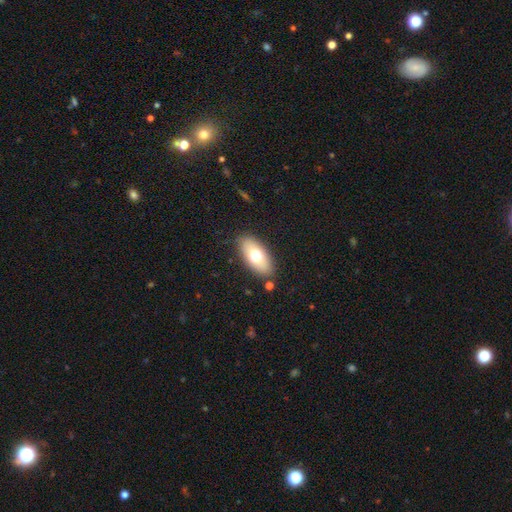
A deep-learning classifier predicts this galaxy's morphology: The model was most divided on "smooth or featured": smooth: 69%, featured or disk: 24%, star or artifact: 7%. More confident: how rounded — in between (90%); merging — none (85%).